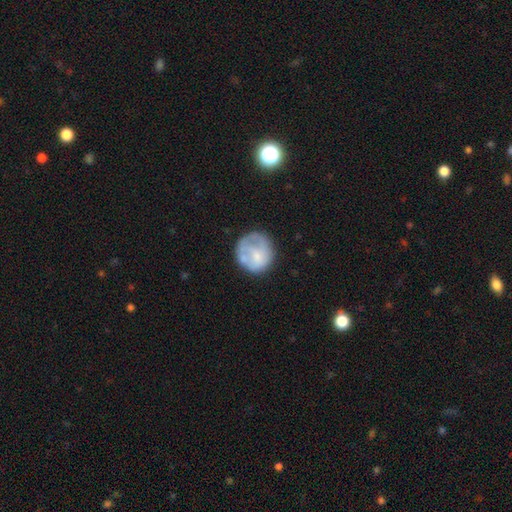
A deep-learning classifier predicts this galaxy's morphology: Q: Smooth or featured?
A: smooth (57%); runner-up: featured or disk (36%)
Q: How rounded?
A: round (86%); runner-up: in between (13%)
Q: Merging?
A: none (58%); runner-up: minor disturbance (24%)